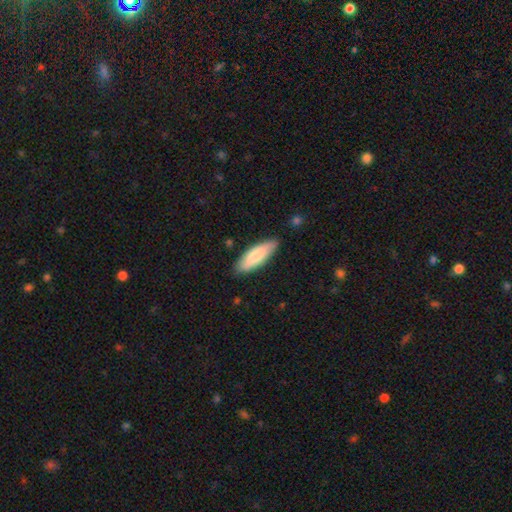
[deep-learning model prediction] smooth_or_featured: smooth (p=0.77) [alt: featured or disk p=0.18]
how_rounded: in between (p=0.54) [alt: cigar-shaped p=0.44]
merging: none (p=0.84) [alt: minor disturbance p=0.12]